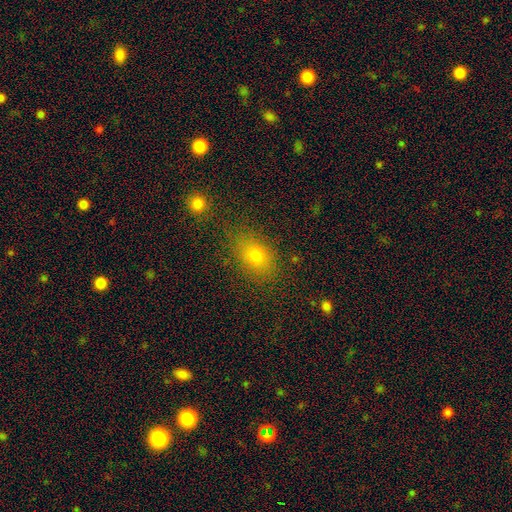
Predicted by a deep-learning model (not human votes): smooth_or_featured: smooth (p=0.74) [alt: star or artifact p=0.15]
how_rounded: in between (p=0.70) [alt: round p=0.28]
merging: none (p=0.77) [alt: minor disturbance p=0.14]